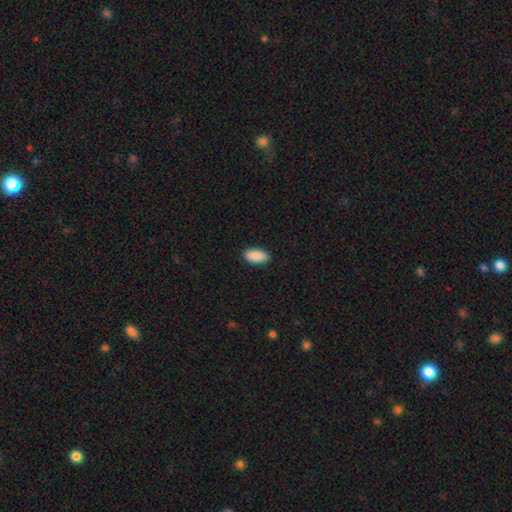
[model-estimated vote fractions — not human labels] Q: Smooth or featured?
A: smooth (90%); runner-up: star or artifact (6%)
Q: How rounded?
A: in between (94%); runner-up: cigar-shaped (3%)
Q: Merging?
A: none (89%); runner-up: minor disturbance (9%)